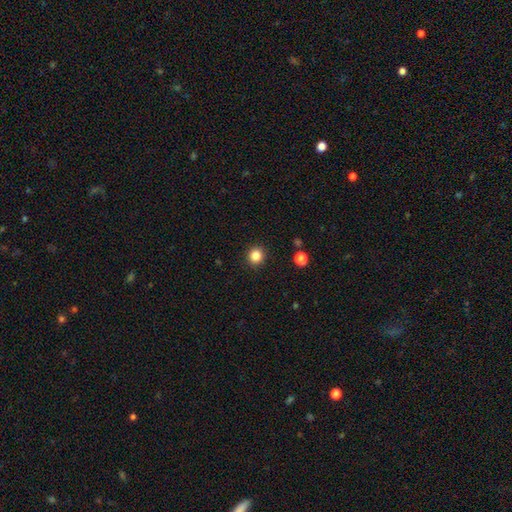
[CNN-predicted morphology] smooth 84%, star or artifact 12%, featured or disk 4%. Down the decision tree: how rounded — round (91%); merging — none (92%).